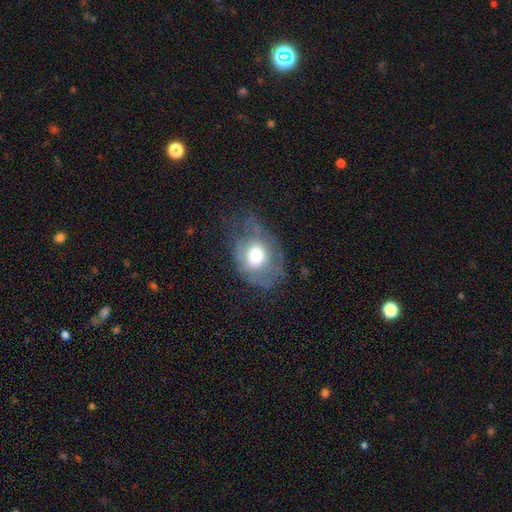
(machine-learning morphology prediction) Overall: smooth (55%; featured or disk 35%). How rounded: in between (54%; round 45%). Merging: none (36%; major disturbance 31%).